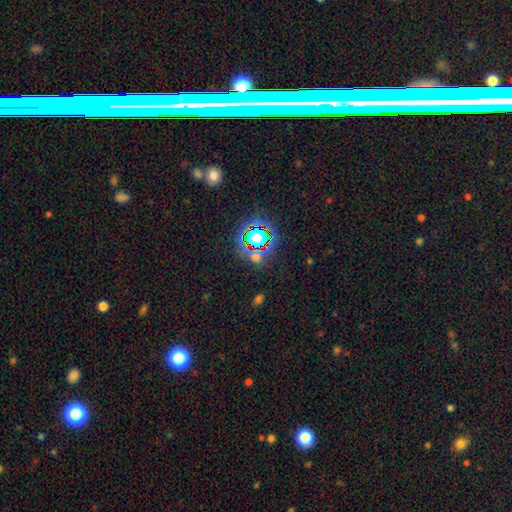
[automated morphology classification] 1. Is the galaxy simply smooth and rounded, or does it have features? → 71% star or artifact, 20% smooth, 9% featured or disk.